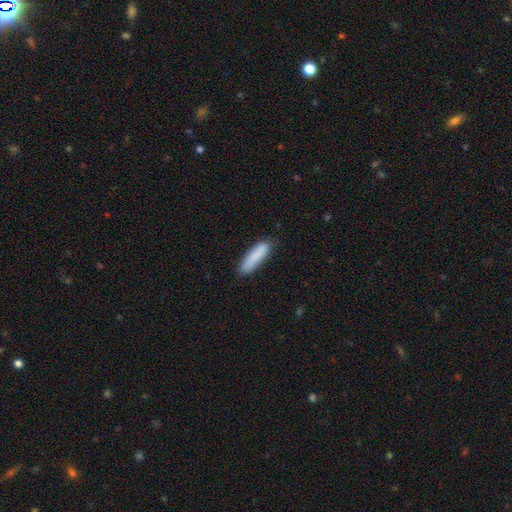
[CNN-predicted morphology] Smooth or featured? smooth (85%)
How rounded? cigar-shaped (69%)
Merging? none (81%)